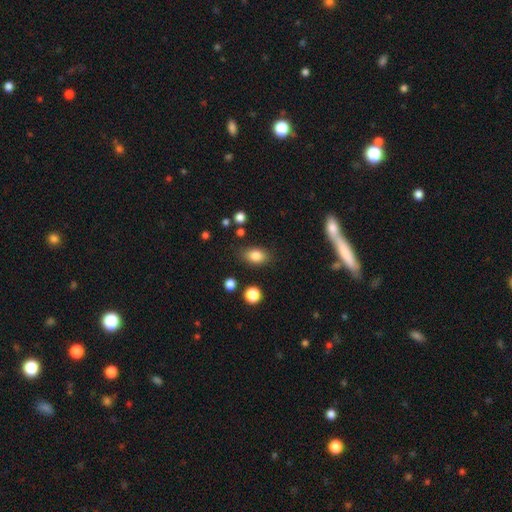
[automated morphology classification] This is clearly a smooth galaxy (82%). How rounded: likely in between (80%). Merging: clearly none (80%).